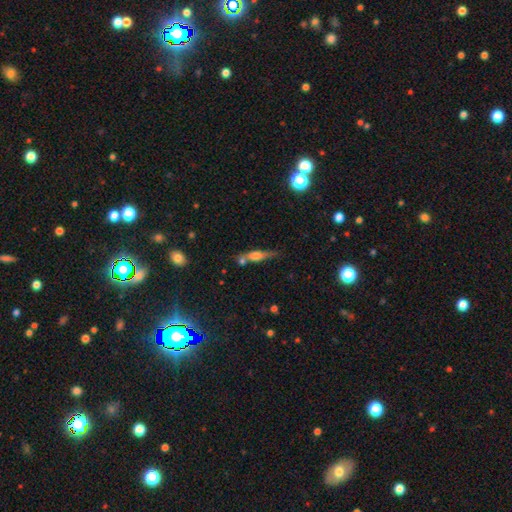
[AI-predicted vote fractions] smooth 50%, featured or disk 41%, star or artifact 9%. Down the decision tree: how rounded — cigar-shaped (70%); merging — none (55%).